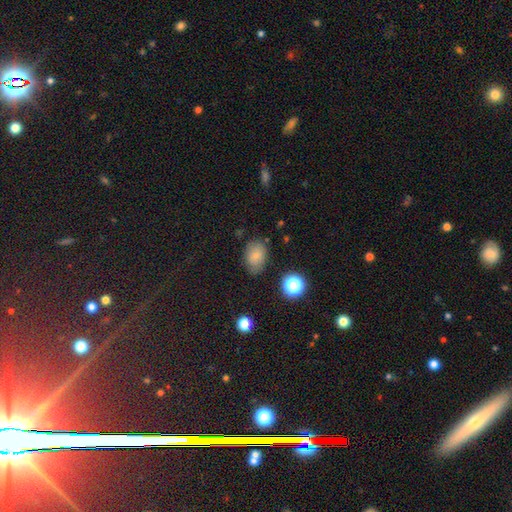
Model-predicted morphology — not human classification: The model was most divided on "merging": none: 74%, minor disturbance: 19%, major disturbance: 5%, merger: 2%. More confident: how rounded — in between (78%); smooth or featured — smooth (75%).